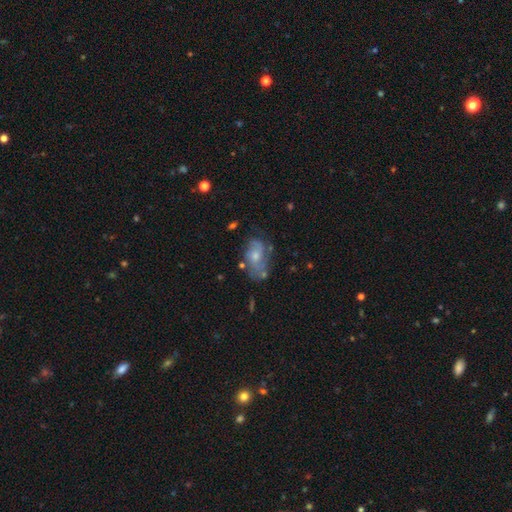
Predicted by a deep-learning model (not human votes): The model was most divided on "bulge size": moderate: 48%, small: 43%, none: 4%, large: 4%, dominant: 1%. More confident: edge-on disk — no (96%); bar — no (78%); spiral arms — yes (73%); smooth or featured — featured or disk (58%); merging — none (52%).